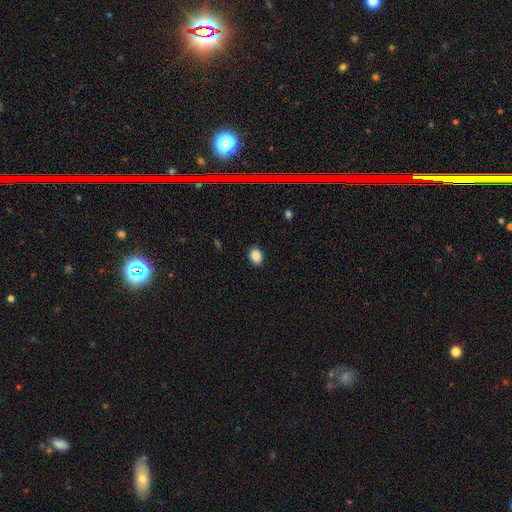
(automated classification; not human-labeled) A smooth galaxy with no disk features (85%) that is in between round and cigar-shaped (70%).

Vote fractions:
- Smooth or featured? smooth: 85% / star or artifact: 10% / featured or disk: 5%
- How rounded? in between: 70% / round: 29% / cigar-shaped: 1%
- Merging? none: 89% / minor disturbance: 8% / major disturbance: 2% / merger: 1%